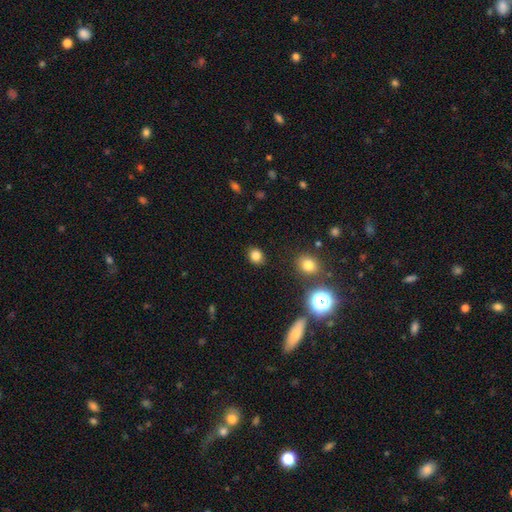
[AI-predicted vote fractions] Smooth or featured? smooth (81%)
How rounded? round (68%)
Merging? none (88%)